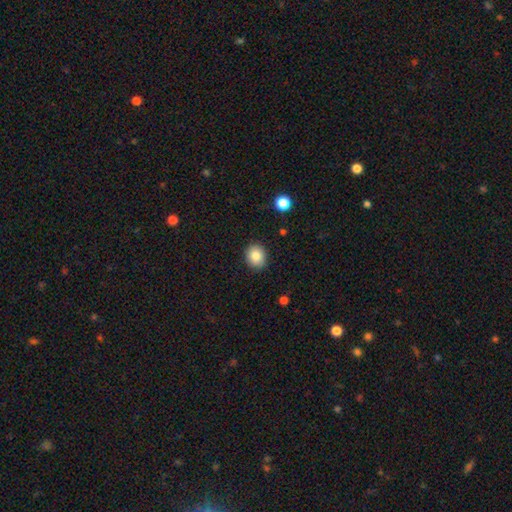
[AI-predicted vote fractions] A smooth galaxy with no disk features (85%) that is round (68%). Merging: none (89%).